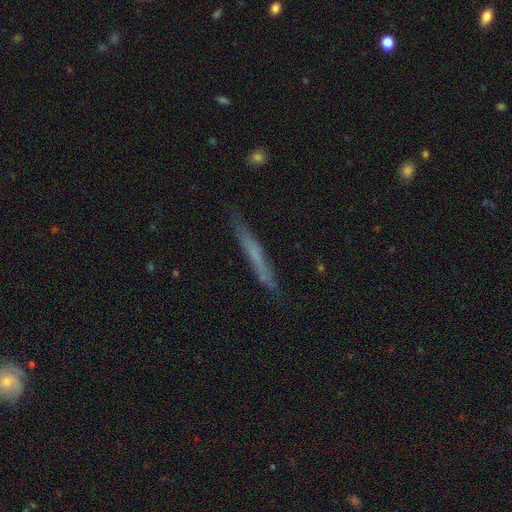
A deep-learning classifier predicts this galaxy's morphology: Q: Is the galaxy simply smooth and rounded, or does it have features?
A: smooth — 48%.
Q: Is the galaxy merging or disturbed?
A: none — 85%.